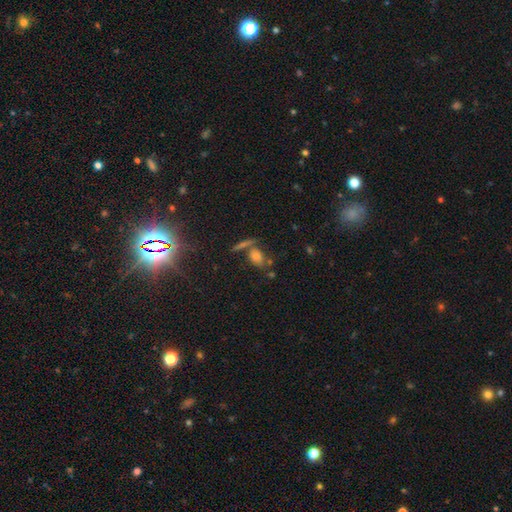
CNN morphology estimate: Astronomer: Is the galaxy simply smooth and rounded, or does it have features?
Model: smooth — 52% (runner-up: star or artifact, 32%).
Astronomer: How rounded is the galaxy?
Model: in between — 56% (runner-up: round, 32%).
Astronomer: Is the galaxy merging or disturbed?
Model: none — 55%.